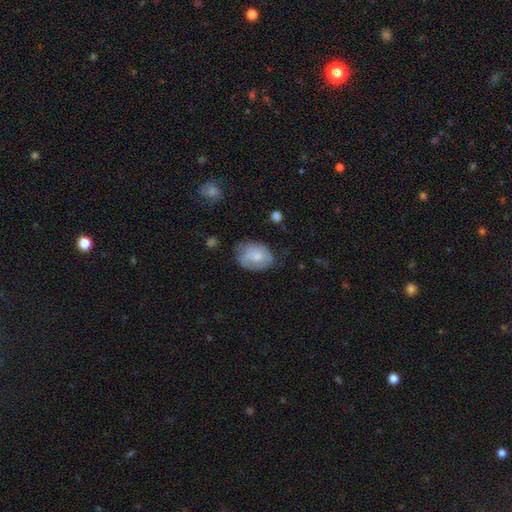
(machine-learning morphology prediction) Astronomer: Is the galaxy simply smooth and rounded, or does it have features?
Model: smooth — 61%.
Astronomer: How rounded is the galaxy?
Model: in between — 65%.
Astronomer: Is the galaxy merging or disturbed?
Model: none — 51% (runner-up: minor disturbance, 33%).